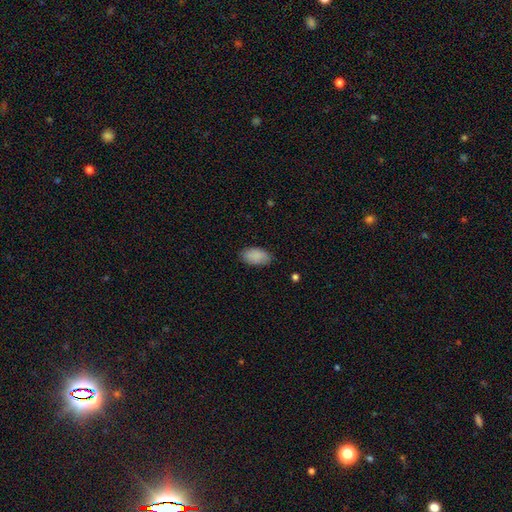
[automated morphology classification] Smooth or featured?
  - smooth: 89% *
  - star or artifact: 7%
  - featured or disk: 4%
How rounded?
  - in between: 94% *
  - round: 3%
  - cigar-shaped: 2%
Merging?
  - none: 83% *
  - minor disturbance: 14%
  - major disturbance: 3%
  - merger: 1%